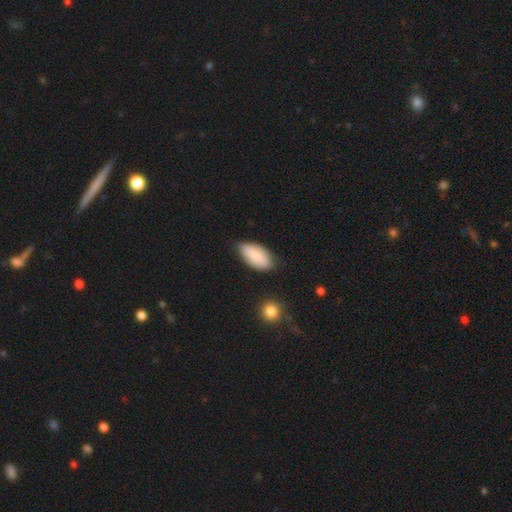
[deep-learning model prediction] smooth_or_featured: smooth (p=0.77) [alt: featured or disk p=0.17]
how_rounded: in between (p=0.90) [alt: cigar-shaped p=0.07]
merging: none (p=0.78) [alt: minor disturbance p=0.17]